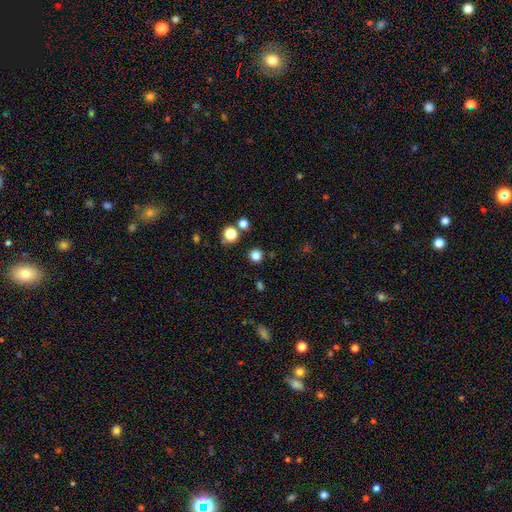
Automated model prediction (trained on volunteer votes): This appears to be a smooth galaxy with no disk features (81%) that is round (94%). Merging: none (88%).